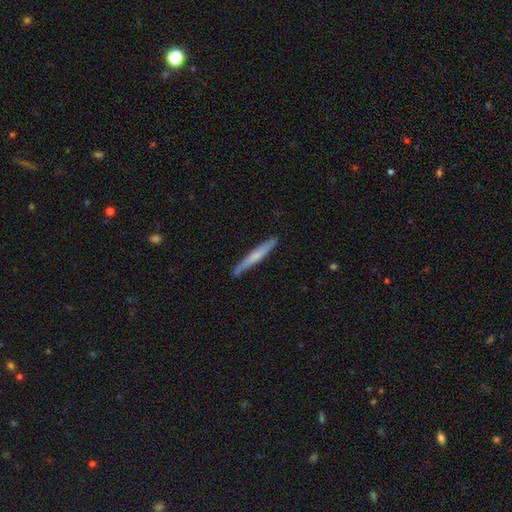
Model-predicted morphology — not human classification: Smooth or featured: smooth — 51% (featured or disk — 43%)
How rounded: cigar-shaped — 96% (in between — 3%)
Merging: none — 87% (minor disturbance — 10%)